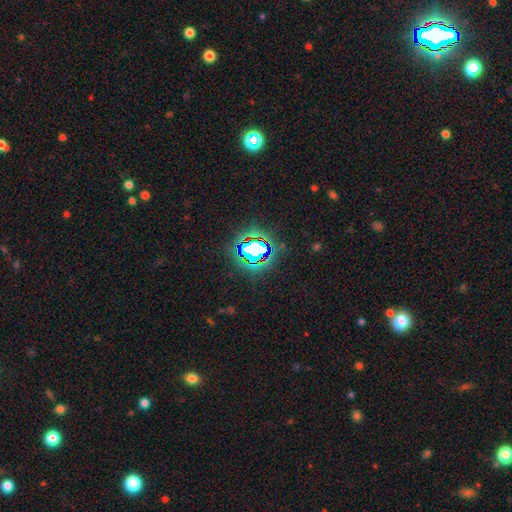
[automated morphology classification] A star or artifact, not a galaxy (74%).

Vote fractions:
- Smooth or featured? star or artifact: 74% / smooth: 16% / featured or disk: 10%